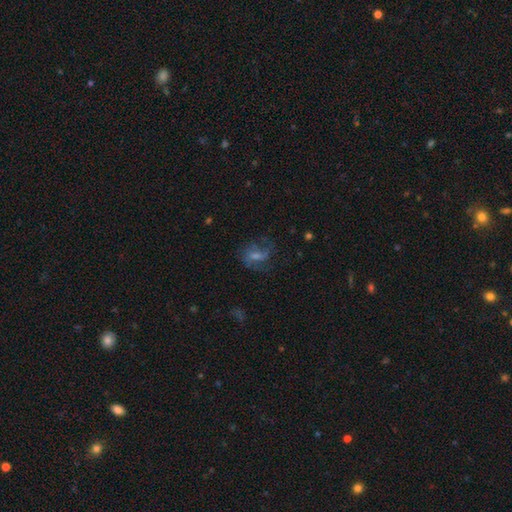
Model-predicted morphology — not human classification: smooth-or-featured: featured or disk: 57% | smooth: 25% | star or artifact: 18%
  disk-edge-on: no: 95% | yes: 5%
    bar: weak: 47% | no: 35% | strong: 18%
    has-spiral-arms: yes: 81% | no: 19%
    bulge-size: small: 42% | moderate: 39% | none: 12% | large: 6% | dominant: 2%
  merging: none: 64% | minor disturbance: 18% | major disturbance: 16% | merger: 2%